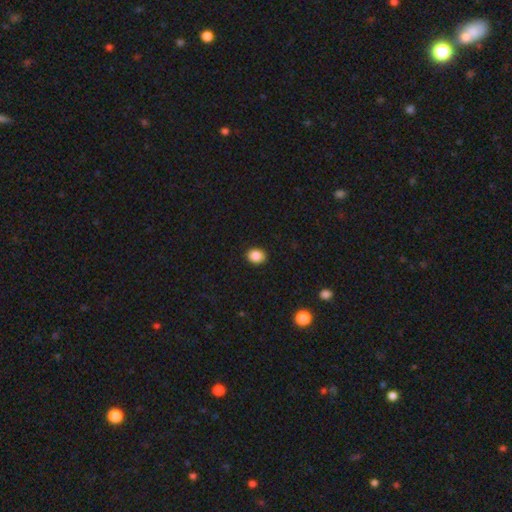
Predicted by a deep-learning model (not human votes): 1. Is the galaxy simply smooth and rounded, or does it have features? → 87% smooth, 9% star or artifact, 3% featured or disk.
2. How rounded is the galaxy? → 54% round, 46% in between, 1% cigar-shaped.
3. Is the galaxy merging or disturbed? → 91% none, 6% minor disturbance, 2% major disturbance, 1% merger.